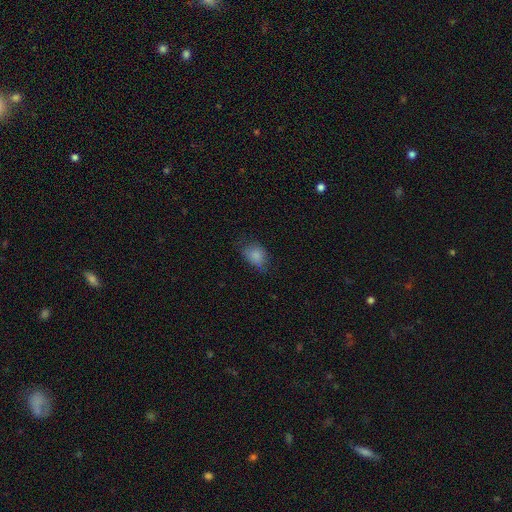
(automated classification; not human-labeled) smooth 81%, star or artifact 10%, featured or disk 9%. Down the decision tree: how rounded — in between (67%); merging — none (53%).